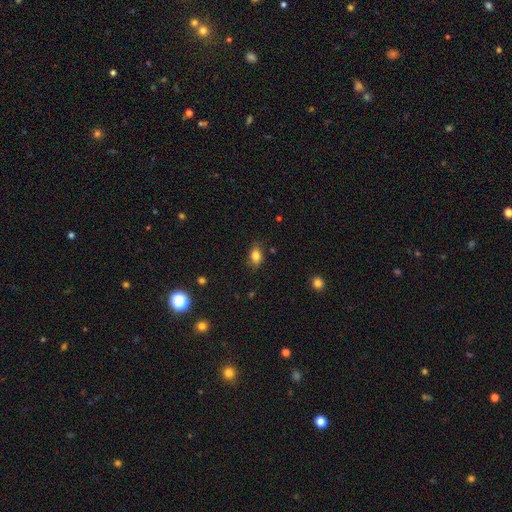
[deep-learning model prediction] Smooth or featured? Predicted: smooth (p=0.82). How rounded? Predicted: in between (p=0.76). Merging? Predicted: none (p=0.77).